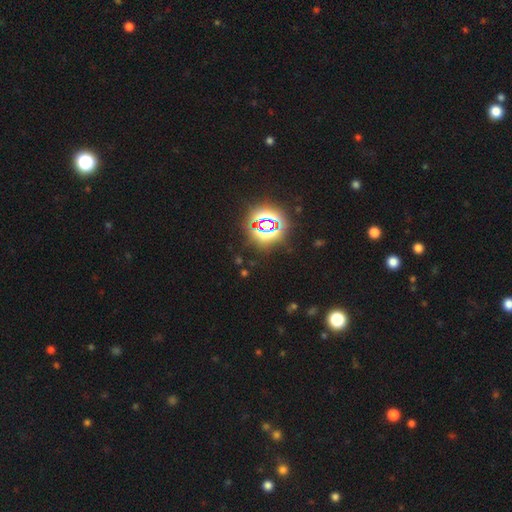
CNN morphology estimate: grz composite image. It shows a star or artifact, not a galaxy (81%).